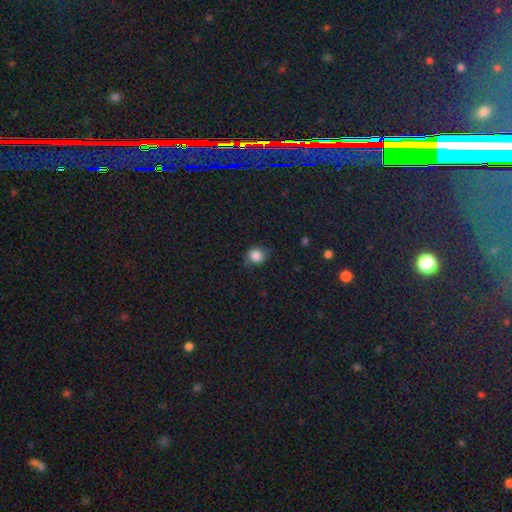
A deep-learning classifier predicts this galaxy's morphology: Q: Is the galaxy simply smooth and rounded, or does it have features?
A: smooth — 84%.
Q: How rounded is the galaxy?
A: round — 80%.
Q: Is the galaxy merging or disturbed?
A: none — 73%.